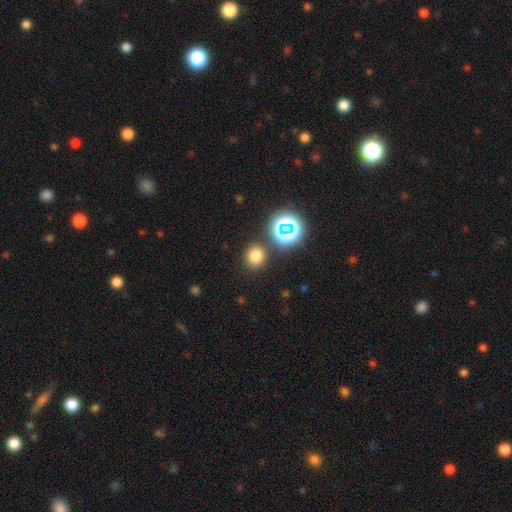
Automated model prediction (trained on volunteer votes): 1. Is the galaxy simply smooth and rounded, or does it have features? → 73% smooth, 21% star or artifact, 6% featured or disk.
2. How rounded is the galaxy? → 82% round, 17% in between, 1% cigar-shaped.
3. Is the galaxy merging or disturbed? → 84% none, 7% minor disturbance, 5% merger, 3% major disturbance.